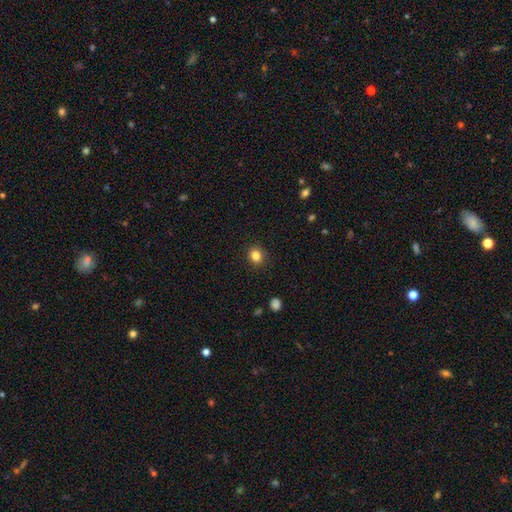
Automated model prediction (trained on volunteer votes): Smooth or featured: smooth — 84% (star or artifact — 11%)
How rounded: round — 73% (in between — 27%)
Merging: none — 89% (minor disturbance — 8%)